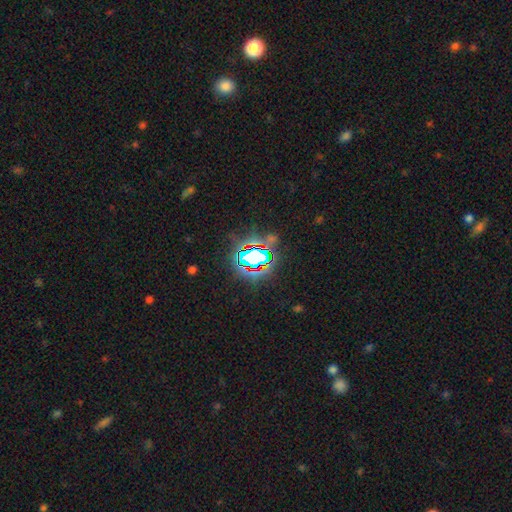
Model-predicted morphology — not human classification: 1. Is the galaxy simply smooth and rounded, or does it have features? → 70% star or artifact, 17% smooth, 12% featured or disk.